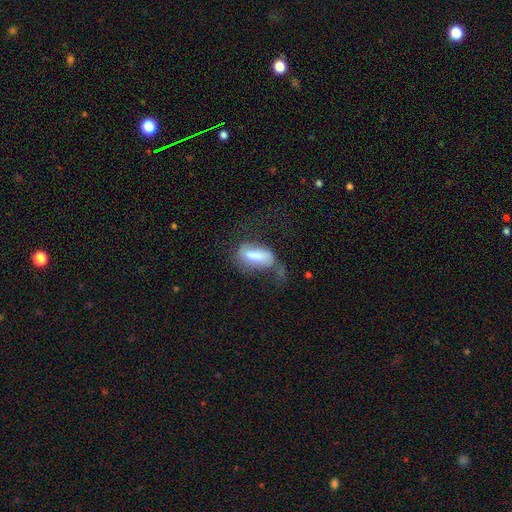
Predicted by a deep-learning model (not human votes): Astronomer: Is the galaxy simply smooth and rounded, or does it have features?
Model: smooth — 61%.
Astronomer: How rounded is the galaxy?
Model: in between — 82%.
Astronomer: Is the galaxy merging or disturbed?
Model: major disturbance — 42% (runner-up: none, 25%).